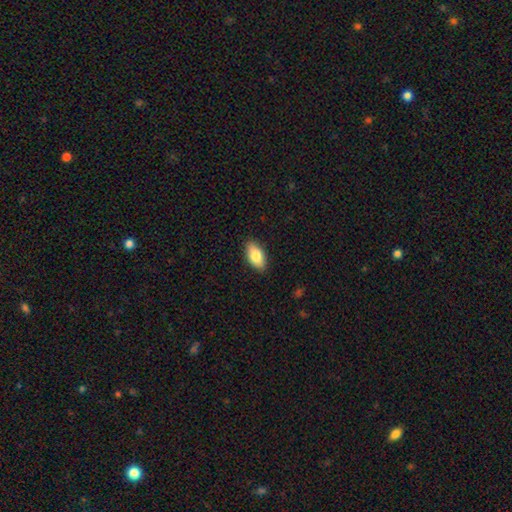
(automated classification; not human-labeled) Morphology: type=smooth (83%); roundness=in between (92%); merging=none (88%).